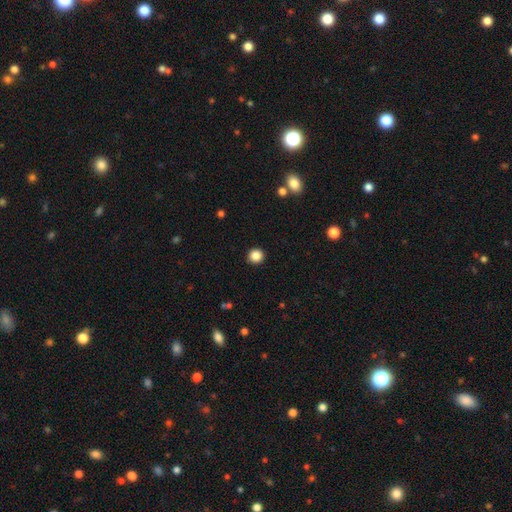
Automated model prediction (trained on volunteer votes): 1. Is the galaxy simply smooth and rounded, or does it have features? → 86% smooth, 10% star or artifact, 3% featured or disk.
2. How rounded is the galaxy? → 94% round, 5% in between, 1% cigar-shaped.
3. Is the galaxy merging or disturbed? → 93% none, 4% minor disturbance, 2% major disturbance, 1% merger.